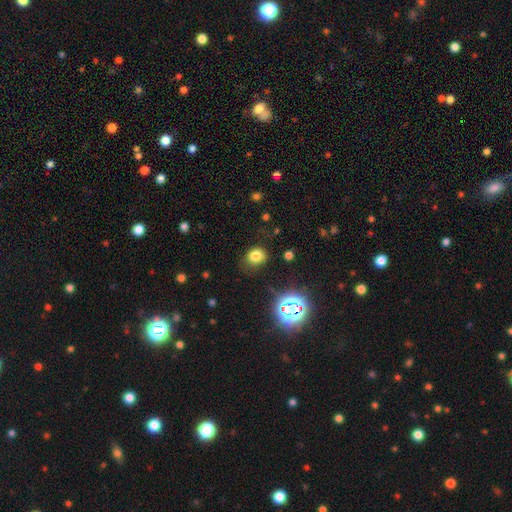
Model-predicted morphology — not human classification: smooth_or_featured: smooth (p=0.75) [alt: star or artifact p=0.18]
how_rounded: round (p=0.56) [alt: in between p=0.43]
merging: none (p=0.71) [alt: minor disturbance p=0.20]